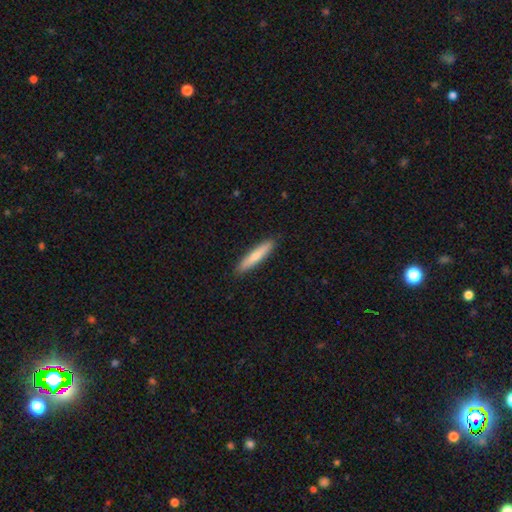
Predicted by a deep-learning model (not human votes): The model was most divided on "smooth or featured": smooth: 74%, featured or disk: 21%, star or artifact: 5%. More confident: merging — none (90%); how rounded — cigar-shaped (90%).